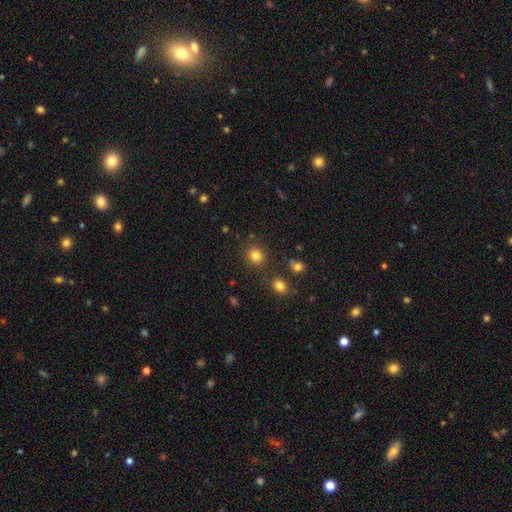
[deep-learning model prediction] smooth-or-featured: smooth: 82% | star or artifact: 13% | featured or disk: 5%
  how-rounded: round: 89% | in between: 10% | cigar-shaped: 1%
  merging: none: 87% | minor disturbance: 7% | merger: 4% | major disturbance: 3%